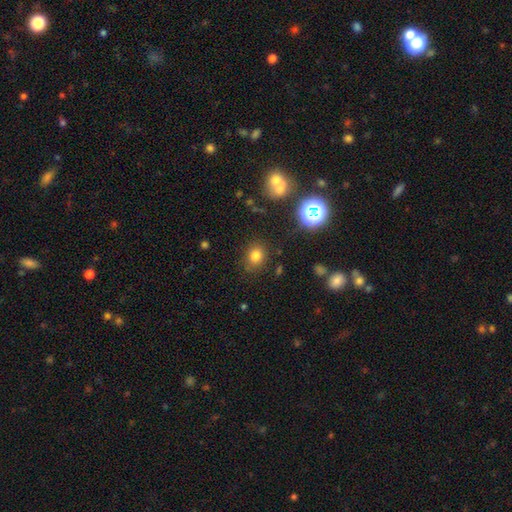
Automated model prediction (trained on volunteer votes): Smooth or featured? smooth (77%)
How rounded? round (64%)
Merging? none (83%)